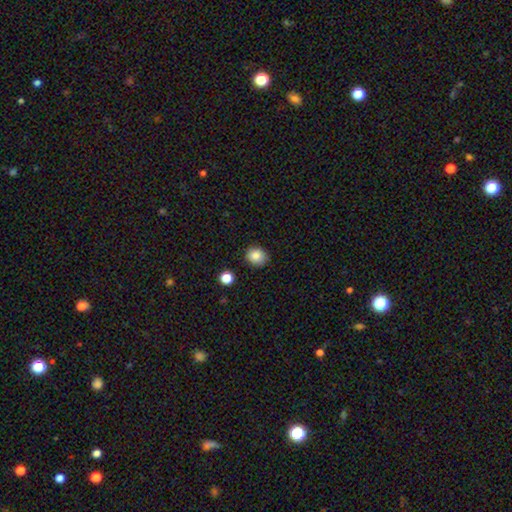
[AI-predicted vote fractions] Smooth or featured? smooth (86%)
How rounded? round (81%)
Merging? none (87%)